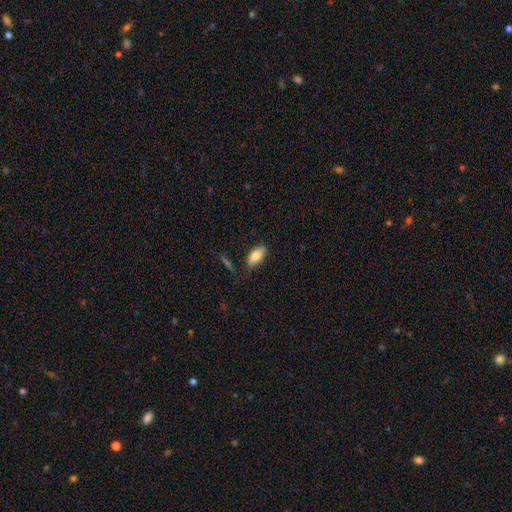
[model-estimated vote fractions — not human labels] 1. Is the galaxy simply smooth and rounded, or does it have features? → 79% smooth, 14% featured or disk, 7% star or artifact.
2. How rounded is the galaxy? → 86% in between, 12% cigar-shaped, 2% round.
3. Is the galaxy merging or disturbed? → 81% none, 14% minor disturbance, 3% major disturbance, 3% merger.